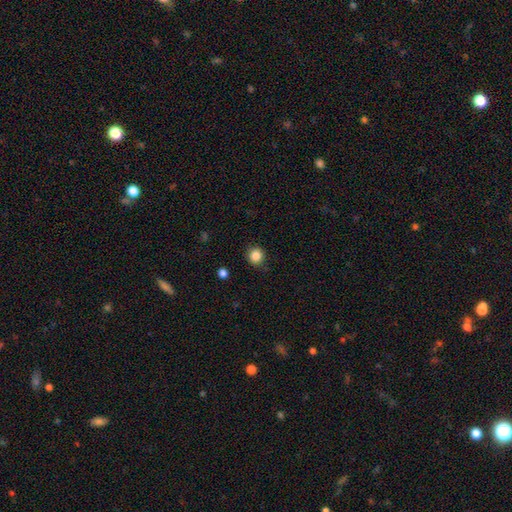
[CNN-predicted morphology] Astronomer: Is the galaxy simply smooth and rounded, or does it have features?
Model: smooth — 86%.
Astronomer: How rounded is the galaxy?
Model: round — 91%.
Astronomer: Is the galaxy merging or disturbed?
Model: none — 87%.